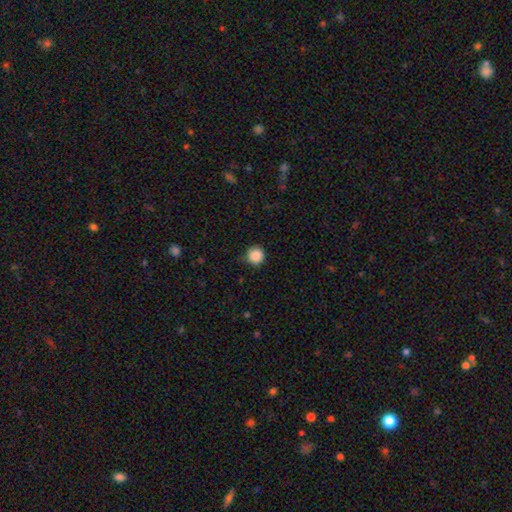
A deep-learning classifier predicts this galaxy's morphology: This appears to be a smooth galaxy with no disk features (88%) that is round (94%). Merging: none (84%).